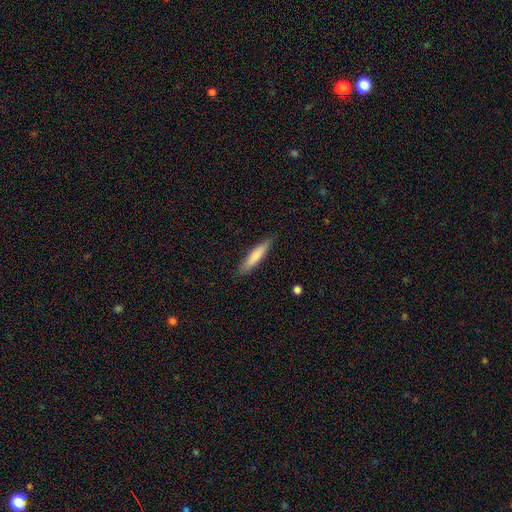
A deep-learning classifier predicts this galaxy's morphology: smooth 74%, featured or disk 20%, star or artifact 6%. Down the decision tree: how rounded — cigar-shaped (84%); merging — none (84%).